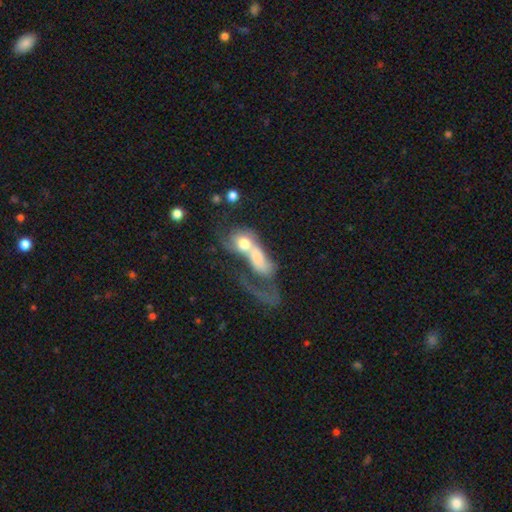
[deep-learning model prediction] Q: Smooth or featured?
A: smooth (47%); runner-up: featured or disk (43%)
Q: Merging?
A: merger (69%); runner-up: major disturbance (19%)